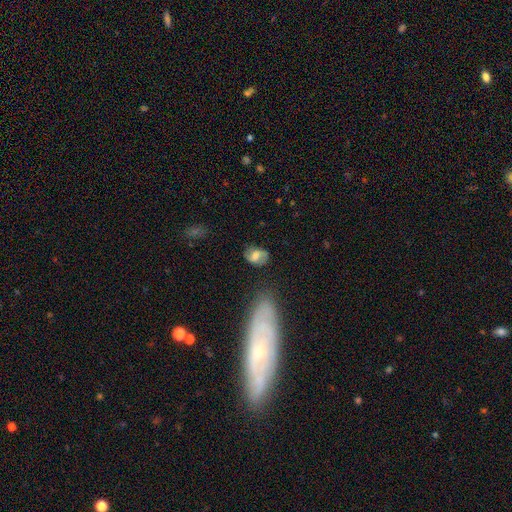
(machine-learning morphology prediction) type=featured or disk (47%); merging=none (70%).